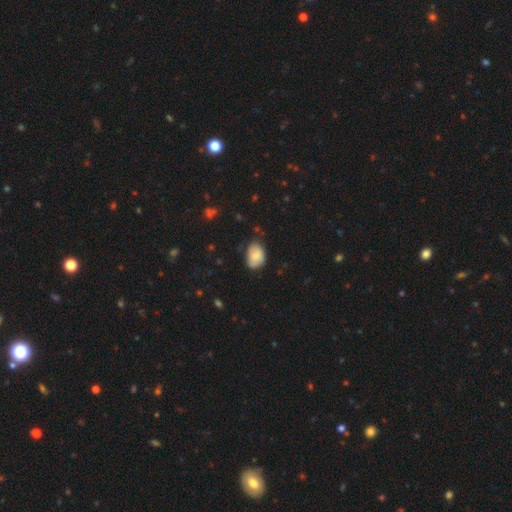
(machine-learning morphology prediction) Q: Smooth or featured?
A: smooth (77%); runner-up: featured or disk (16%)
Q: How rounded?
A: in between (80%); runner-up: round (19%)
Q: Merging?
A: none (63%); runner-up: minor disturbance (30%)